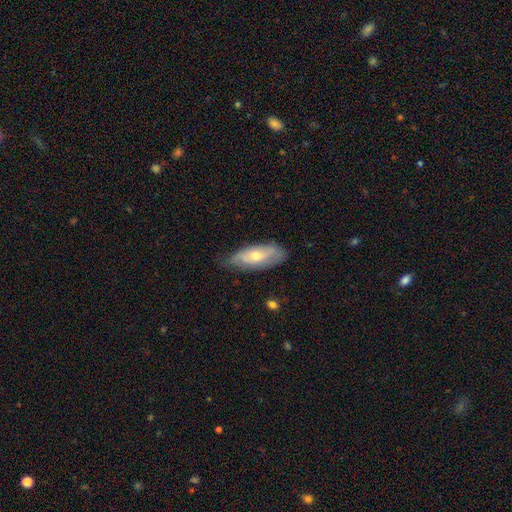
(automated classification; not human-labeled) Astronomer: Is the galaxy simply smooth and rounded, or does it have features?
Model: smooth — 49% (runner-up: featured or disk, 45%).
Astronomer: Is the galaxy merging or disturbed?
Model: none — 65%.